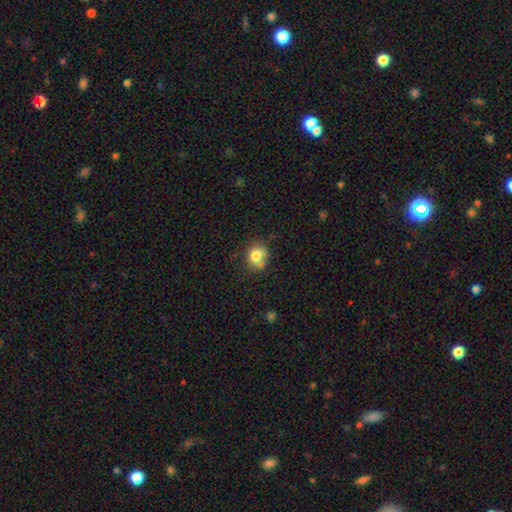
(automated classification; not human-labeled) This appears to be a smooth galaxy with no disk features (76%) that is round (72%). Merging: none (54%).